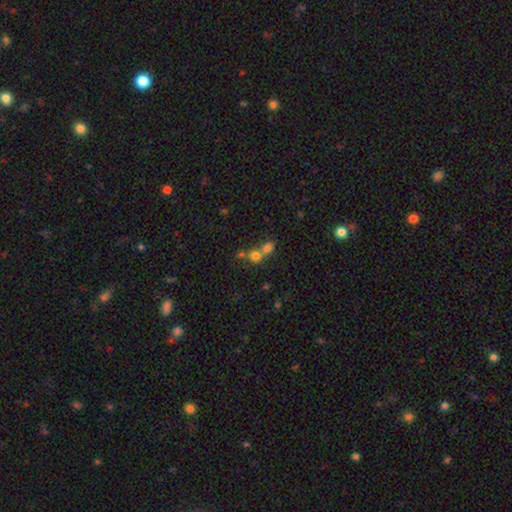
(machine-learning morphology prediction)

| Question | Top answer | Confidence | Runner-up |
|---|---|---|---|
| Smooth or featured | smooth | 70% | star or artifact (16%) |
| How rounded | round | 75% | in between (23%) |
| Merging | merger | 63% | none (29%) |